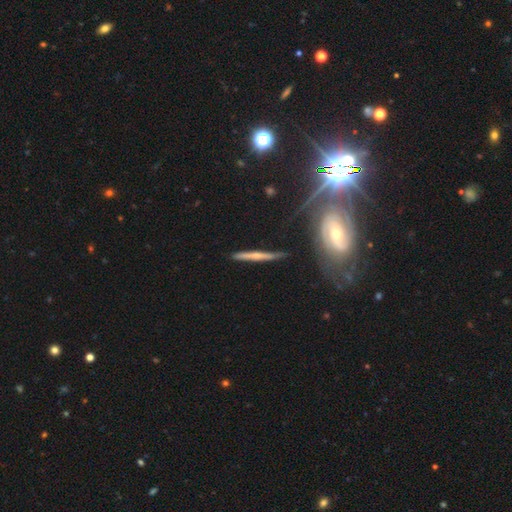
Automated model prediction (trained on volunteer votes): Smooth or featured: featured or disk — 57% (smooth — 36%)
Edge-on disk: yes — 92% (no — 8%)
Edge-on bulge: none — 48% (rounded — 42%)
Merging: none — 81% (minor disturbance — 14%)